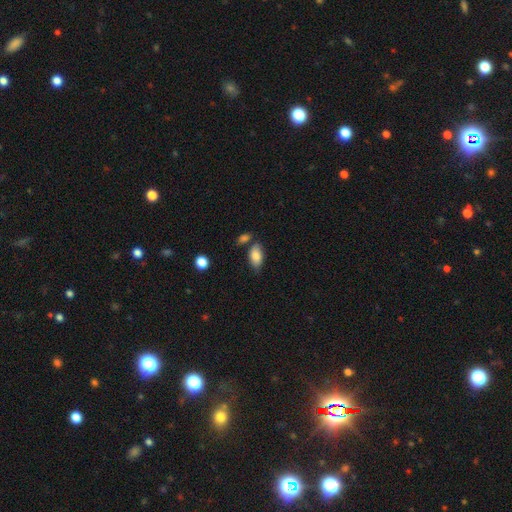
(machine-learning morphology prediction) type=smooth (83%); roundness=in between (93%); merging=none (67%).